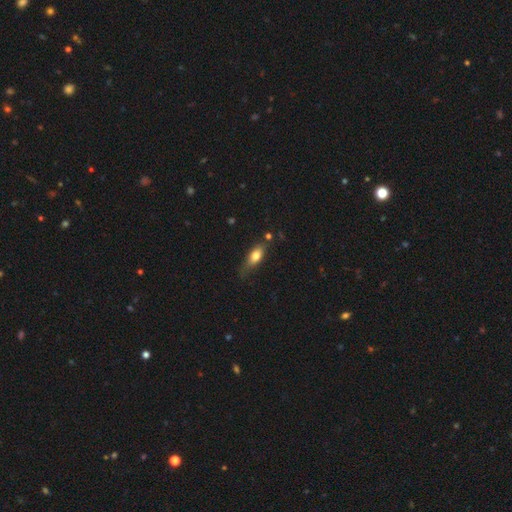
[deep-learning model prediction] The model was most divided on "merging": none: 56%, minor disturbance: 30%, major disturbance: 10%, merger: 4%. More confident: how rounded — in between (74%); smooth or featured — smooth (73%).